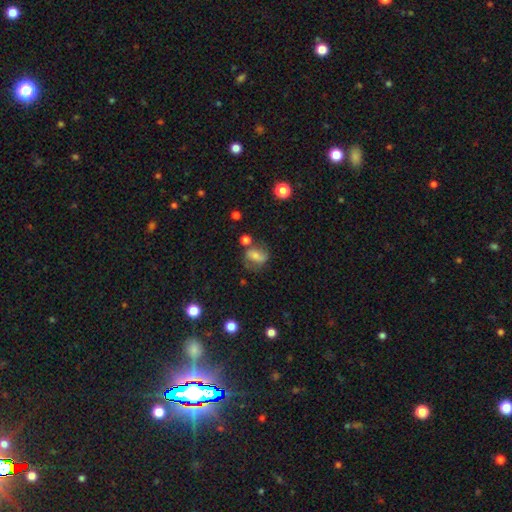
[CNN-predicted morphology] Smooth or featured? smooth (55%)
How rounded? in between (64%)
Merging? none (53%)